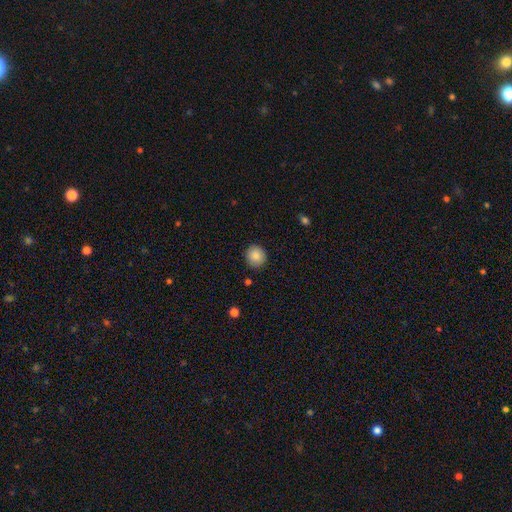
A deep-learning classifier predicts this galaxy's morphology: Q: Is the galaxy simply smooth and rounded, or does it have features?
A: smooth — 87%.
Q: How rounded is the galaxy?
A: round — 91%.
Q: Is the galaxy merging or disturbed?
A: none — 89%.